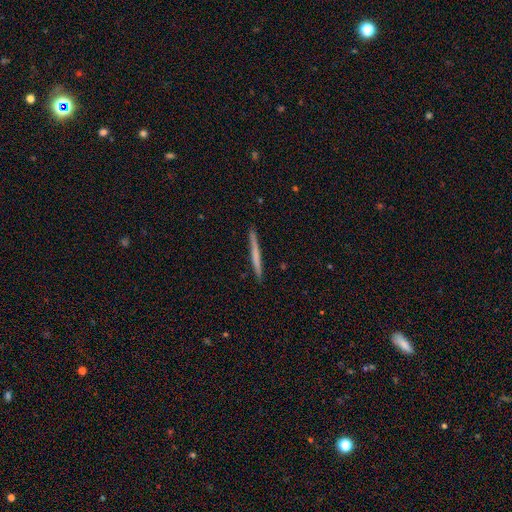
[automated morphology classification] Overall: smooth (53%; featured or disk 42%). How rounded: cigar-shaped (97%). Merging: none (92%).